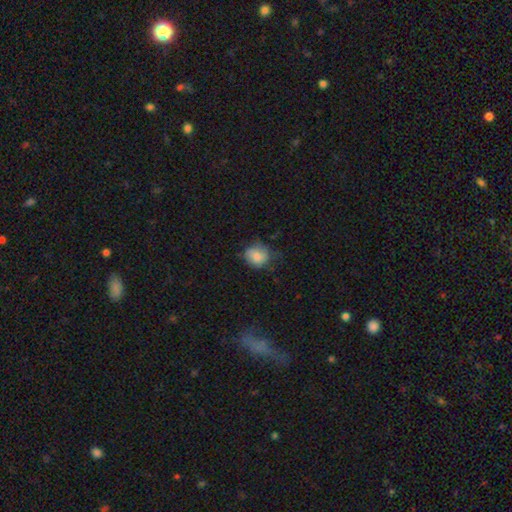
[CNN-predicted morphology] This is likely a smooth galaxy (73%). How rounded: likely round (68%). Merging: possibly none (54%).